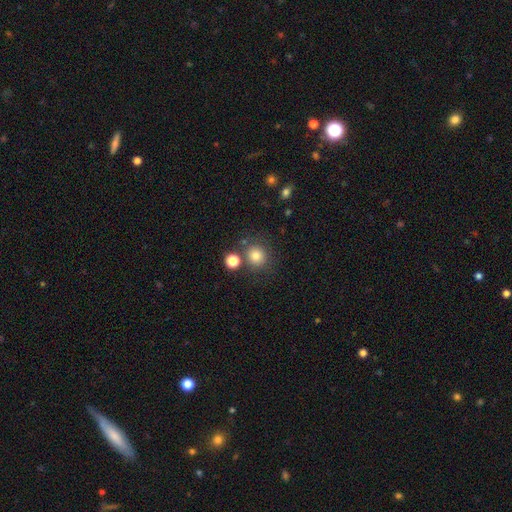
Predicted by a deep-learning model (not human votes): A smooth galaxy with no disk features (81%) that is round (89%).

Vote fractions:
- Smooth or featured? smooth: 81% / star or artifact: 13% / featured or disk: 6%
- How rounded? round: 89% / in between: 10% / cigar-shaped: 1%
- Merging? none: 76% / merger: 11% / minor disturbance: 9% / major disturbance: 4%